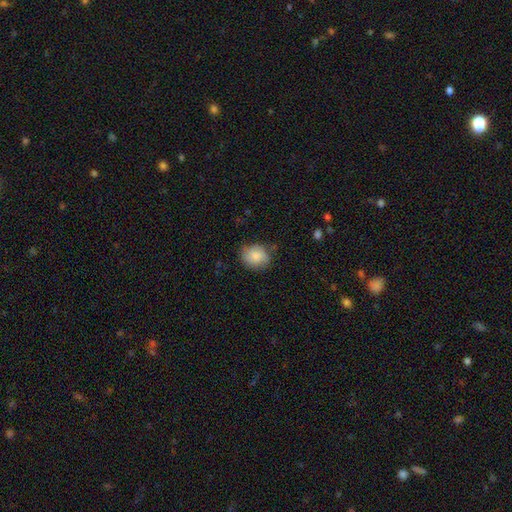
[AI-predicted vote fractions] Overall: smooth (77%). How rounded: round (65%; in between 34%). Merging: none (67%).